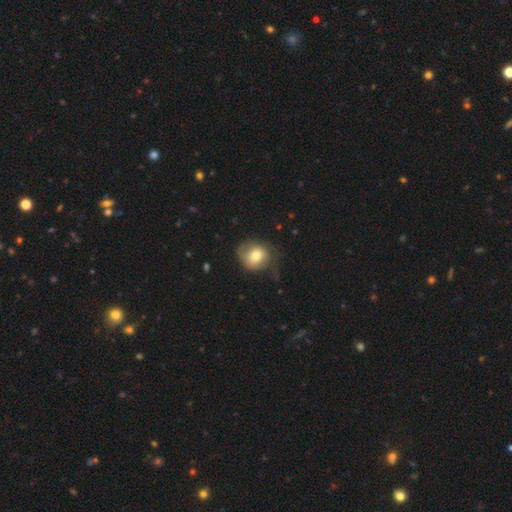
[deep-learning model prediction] smooth-or-featured: smooth: 68% | featured or disk: 24% | star or artifact: 8%
  how-rounded: round: 73% | in between: 26% | cigar-shaped: 1%
  merging: none: 51% | minor disturbance: 30% | major disturbance: 17% | merger: 2%